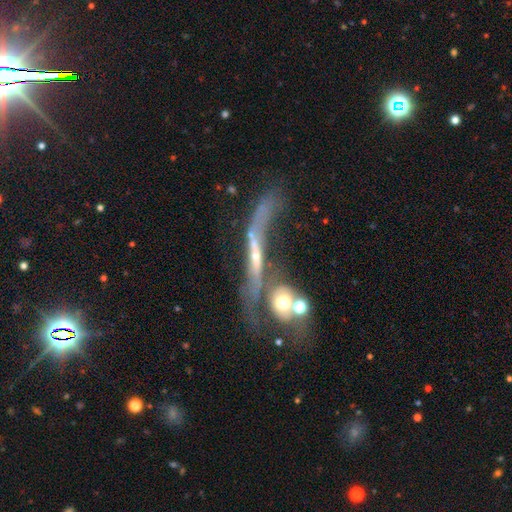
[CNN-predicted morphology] This is likely a featured or disk galaxy (65%). It is possibly viewed edge-on (54%). Merging: marginally merger (43%).